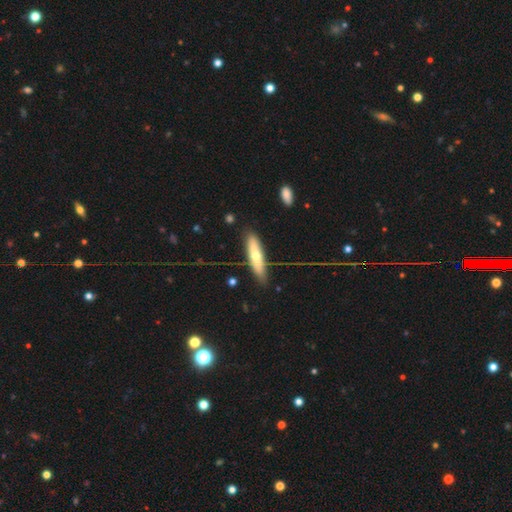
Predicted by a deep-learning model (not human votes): Smooth or featured?
  - smooth: 55% *
  - featured or disk: 39%
  - star or artifact: 6%
How rounded?
  - cigar-shaped: 71% *
  - in between: 27%
  - round: 2%
Merging?
  - none: 80% *
  - minor disturbance: 14%
  - major disturbance: 3%
  - merger: 2%